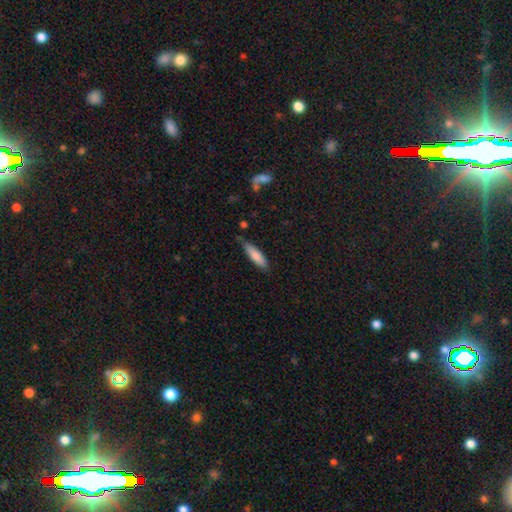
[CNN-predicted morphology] This appears to be a smooth galaxy with no disk features (82%) that is cigar-shaped (64%). Merging: none (70%).